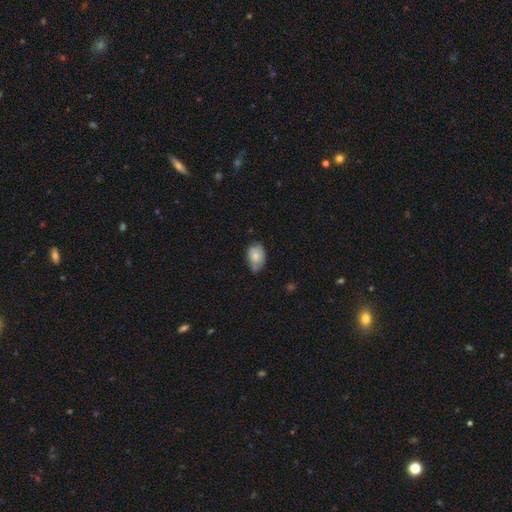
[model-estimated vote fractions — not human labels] This is likely a smooth galaxy (75%). How rounded: likely in between (79%). Merging: possibly none (46%).